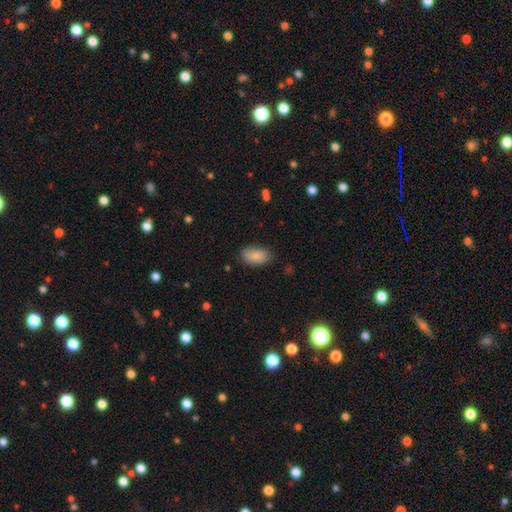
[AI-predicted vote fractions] Smooth or featured? smooth (85%)
How rounded? in between (93%)
Merging? none (78%)